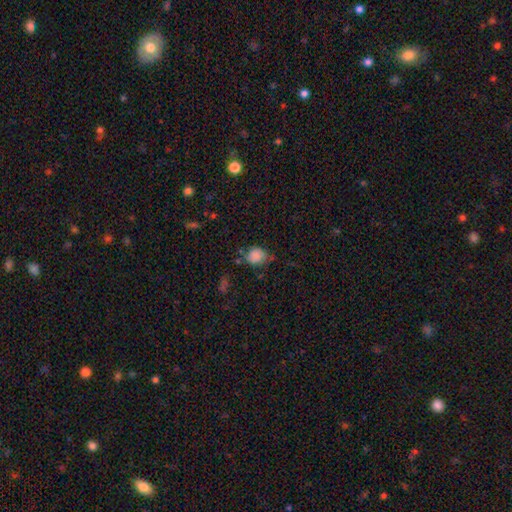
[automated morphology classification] smooth 83%, star or artifact 10%, featured or disk 7%. Down the decision tree: how rounded — round (61%); merging — none (55%).